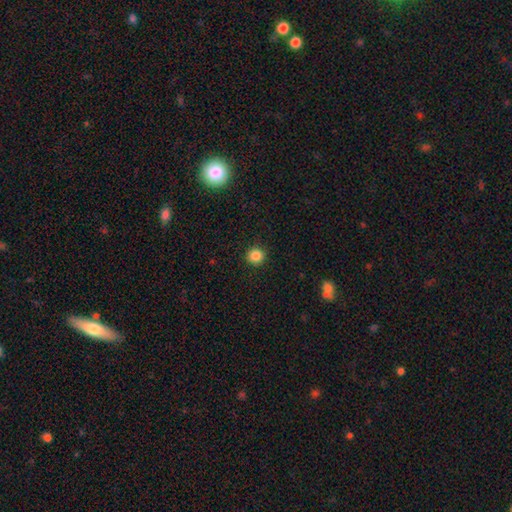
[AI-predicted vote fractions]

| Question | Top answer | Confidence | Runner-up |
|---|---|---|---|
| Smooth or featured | smooth | 86% | star or artifact (11%) |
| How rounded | round | 93% | in between (6%) |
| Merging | none | 92% | minor disturbance (5%) |